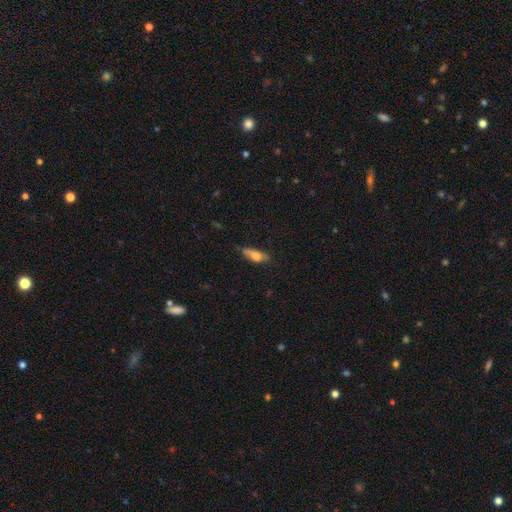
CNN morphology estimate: type=smooth (69%); roundness=in between (59%); merging=none (64%).